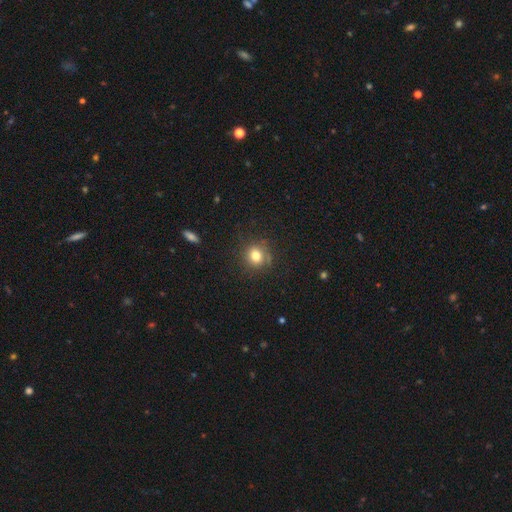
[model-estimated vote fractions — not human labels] smooth 78%, star or artifact 13%, featured or disk 9%. Down the decision tree: how rounded — round (86%); merging — none (80%).